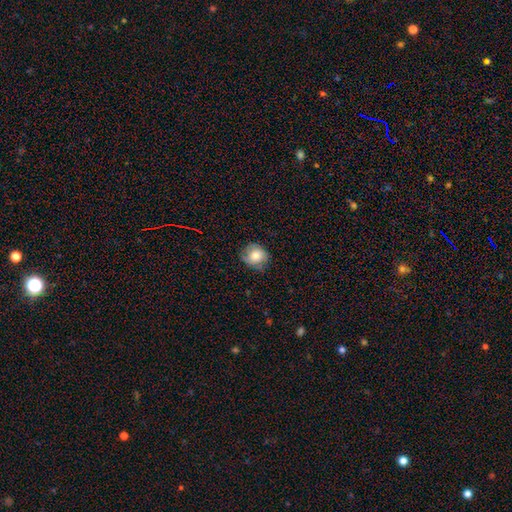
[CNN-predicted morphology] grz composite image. It shows a smooth galaxy with no disk features (66%) that is round (79%). Merging: none (70%).